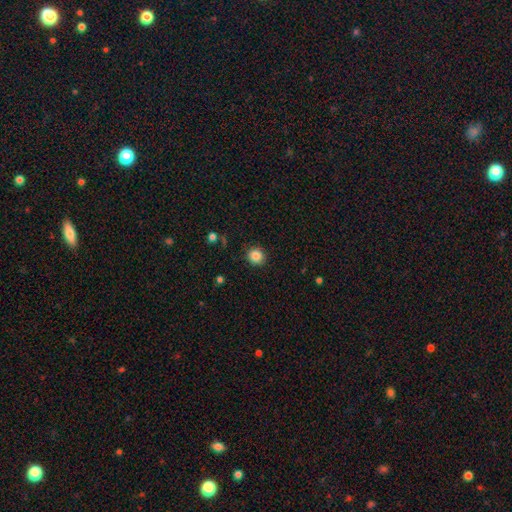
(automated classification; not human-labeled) Smooth or featured? Predicted: smooth (p=0.85). How rounded? Predicted: round (p=0.90). Merging? Predicted: none (p=0.90).